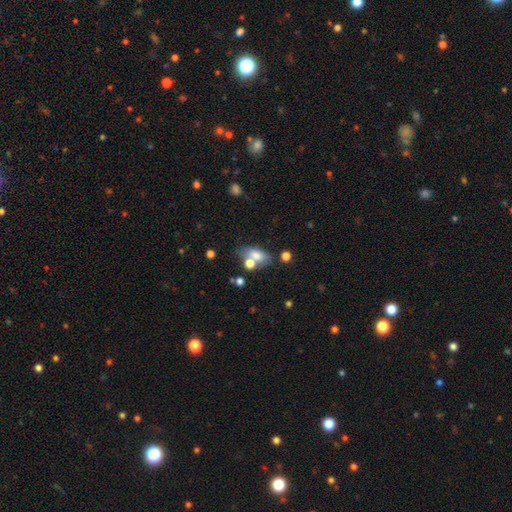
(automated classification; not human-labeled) This appears to be a smooth galaxy with no disk features (69%) that is in between round and cigar-shaped (82%). Merging: none (47%).